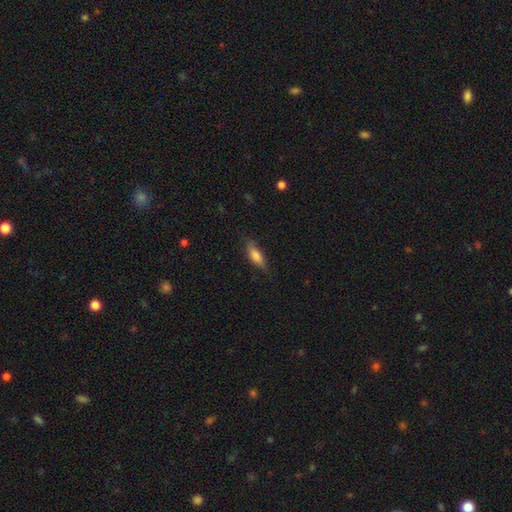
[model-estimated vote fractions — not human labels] smooth 73%, featured or disk 20%, star or artifact 7%. Down the decision tree: how rounded — in between (56%); merging — none (76%).